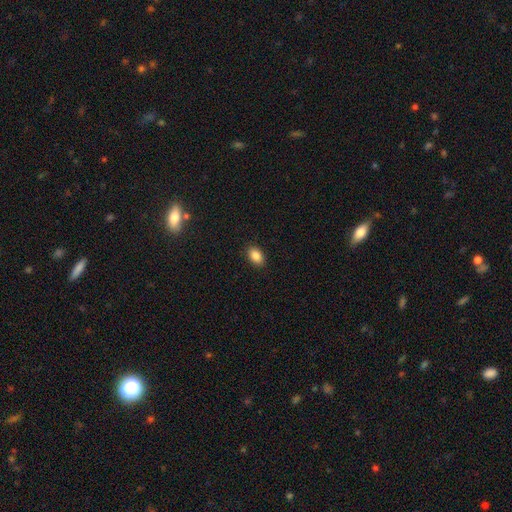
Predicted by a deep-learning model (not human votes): Smooth or featured?
  - smooth: 87% *
  - star or artifact: 9%
  - featured or disk: 5%
How rounded?
  - in between: 87% *
  - round: 12%
  - cigar-shaped: 1%
Merging?
  - none: 90% *
  - minor disturbance: 7%
  - major disturbance: 2%
  - merger: 1%